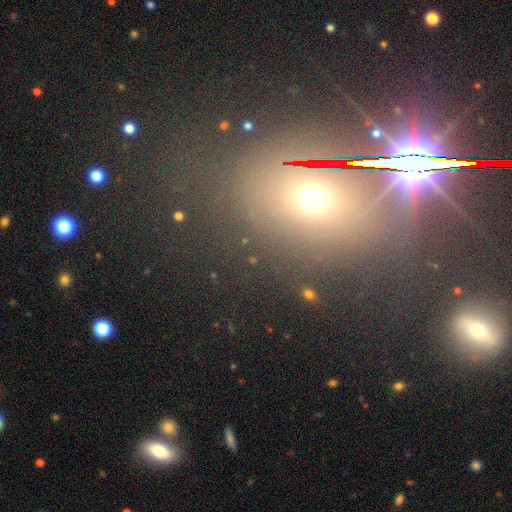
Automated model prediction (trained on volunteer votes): The model was most divided on "smooth or featured": star or artifact: 44%, smooth: 39%, featured or disk: 17%.